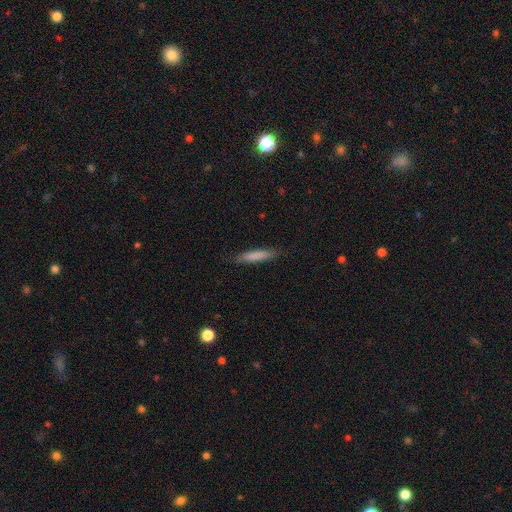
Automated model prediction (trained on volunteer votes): A smooth galaxy with no disk features (79%) that is cigar-shaped (89%). Merging: none (86%).